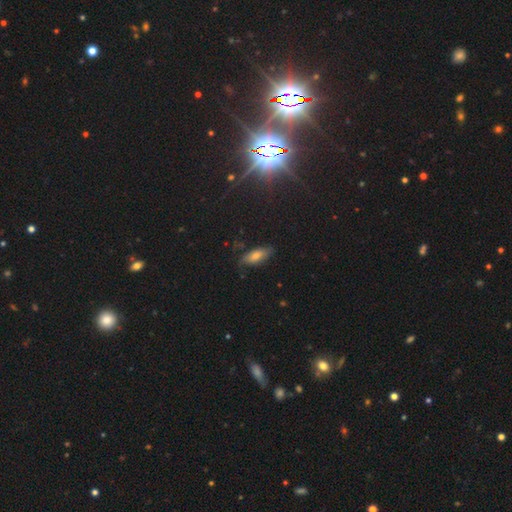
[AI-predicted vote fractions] Overall: smooth (62%). How rounded: in between (71%). Merging: none (77%).